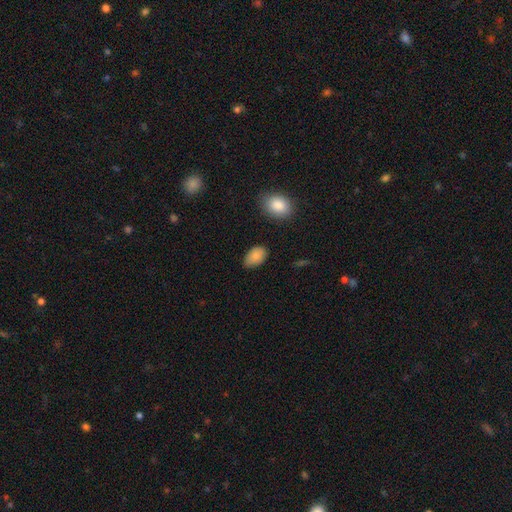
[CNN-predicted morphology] This appears to be a smooth galaxy with no disk features (86%) that is in between round and cigar-shaped (90%). Merging: none (68%).